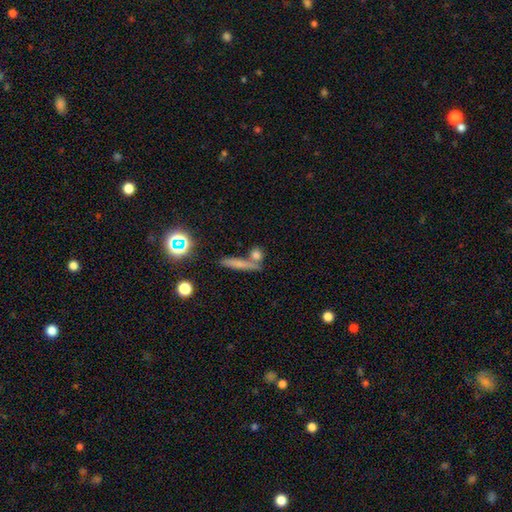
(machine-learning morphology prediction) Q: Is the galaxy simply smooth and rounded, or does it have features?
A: smooth — 49%.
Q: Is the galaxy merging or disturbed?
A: none — 59%.